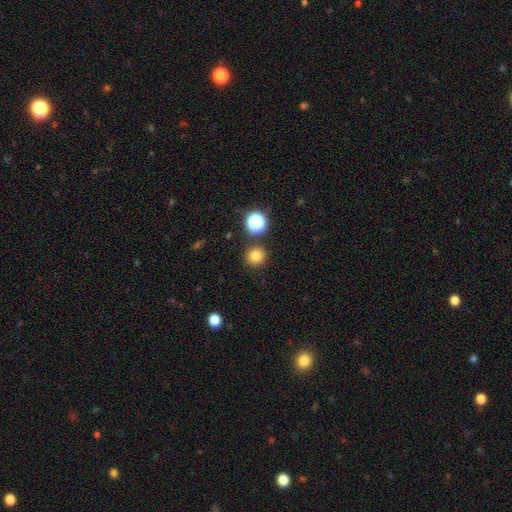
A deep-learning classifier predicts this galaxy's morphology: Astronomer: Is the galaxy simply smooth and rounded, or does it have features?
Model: smooth — 79%.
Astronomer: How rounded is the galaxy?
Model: round — 94%.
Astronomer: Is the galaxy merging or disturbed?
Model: none — 87%.